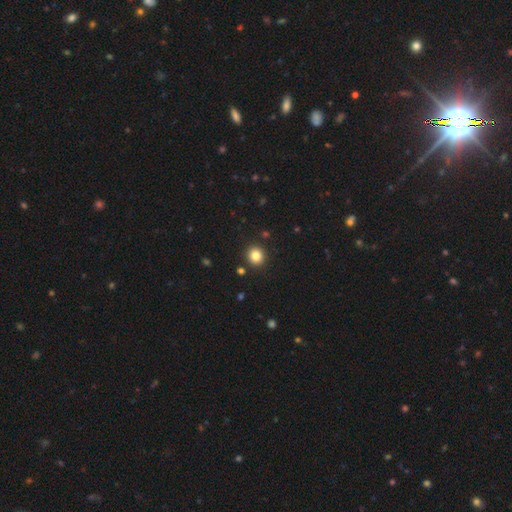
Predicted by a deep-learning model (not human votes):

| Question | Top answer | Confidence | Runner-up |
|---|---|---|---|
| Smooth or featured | smooth | 84% | star or artifact (11%) |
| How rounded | round | 89% | in between (10%) |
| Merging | none | 91% | minor disturbance (5%) |